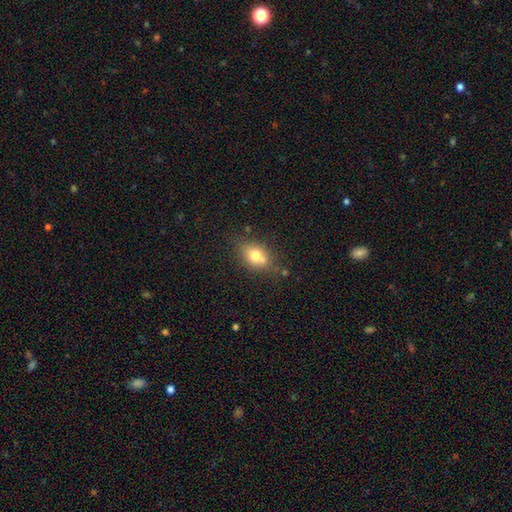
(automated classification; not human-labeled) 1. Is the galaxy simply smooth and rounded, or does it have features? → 72% smooth, 18% featured or disk, 10% star or artifact.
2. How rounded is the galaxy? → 73% in between, 24% round, 3% cigar-shaped.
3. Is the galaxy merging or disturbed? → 70% none, 18% minor disturbance, 7% merger, 5% major disturbance.